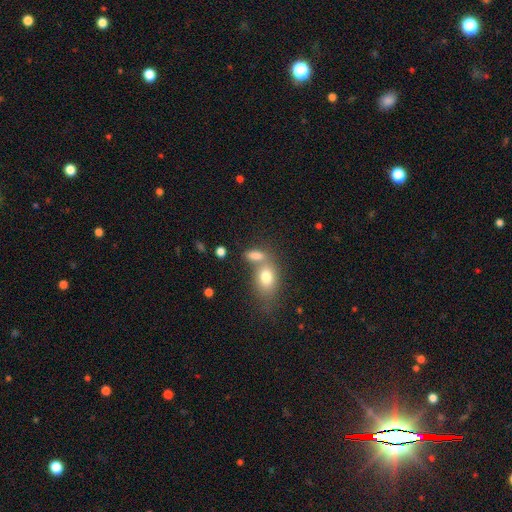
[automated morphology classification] Q: Smooth or featured?
A: smooth (79%); runner-up: star or artifact (11%)
Q: How rounded?
A: in between (79%); runner-up: round (12%)
Q: Merging?
A: merger (44%); runner-up: none (40%)